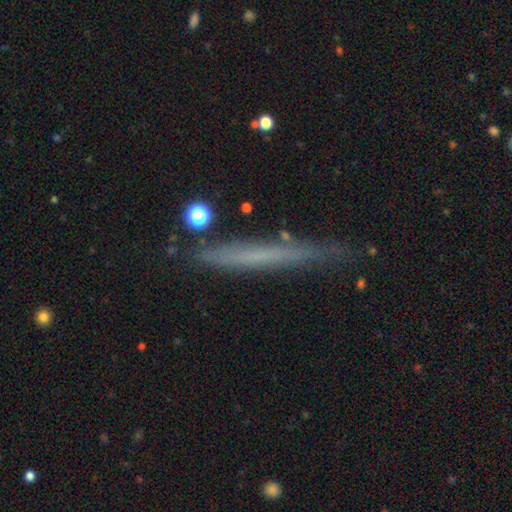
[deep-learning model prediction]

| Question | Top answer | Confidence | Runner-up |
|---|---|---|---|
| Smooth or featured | smooth | 49% | featured or disk (42%) |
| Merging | none | 78% | minor disturbance (15%) |